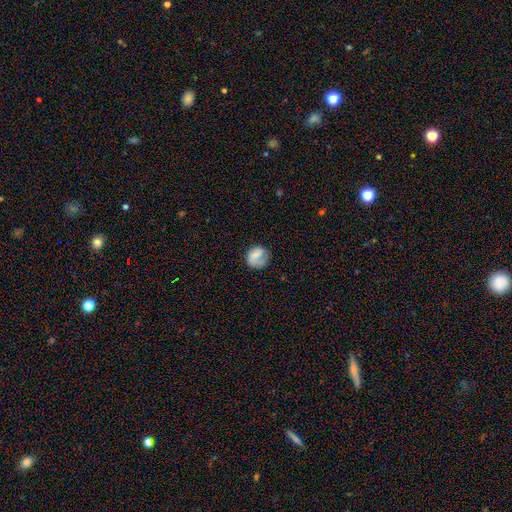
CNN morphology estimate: The model was most divided on "smooth or featured": smooth: 53%, featured or disk: 40%, star or artifact: 8%. More confident: how rounded — round (71%); merging — none (56%).